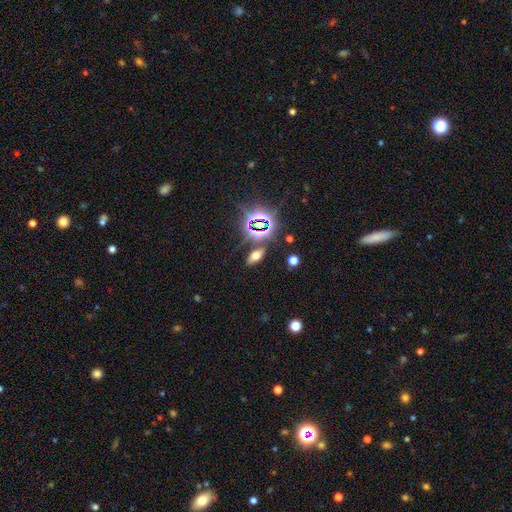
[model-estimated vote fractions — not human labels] A smooth galaxy with no disk features (50%).

Vote fractions:
- Smooth or featured? smooth: 50% / star or artifact: 34% / featured or disk: 17%
- Merging? none: 80% / minor disturbance: 10% / merger: 6% / major disturbance: 4%